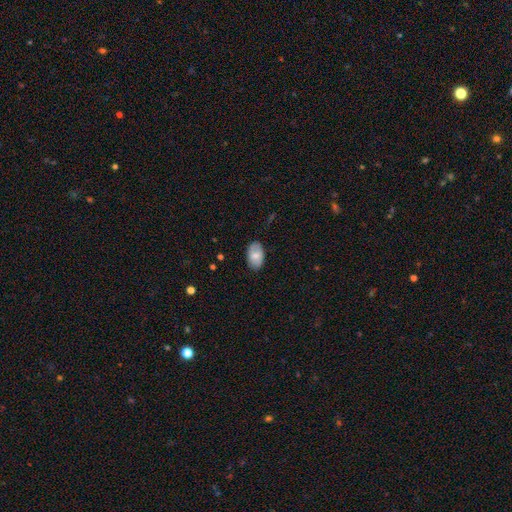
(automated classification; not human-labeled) This appears to be a smooth galaxy with no disk features (71%) that is in between round and cigar-shaped (92%). Merging: none (83%).